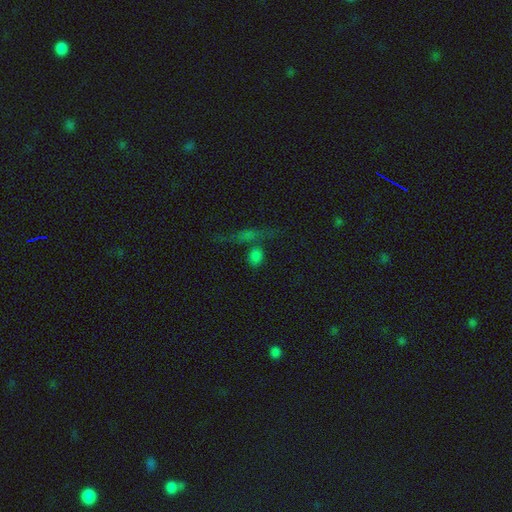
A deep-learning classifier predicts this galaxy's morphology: Smooth or featured? smooth (64%)
How rounded? round (52%)
Merging? none (56%)